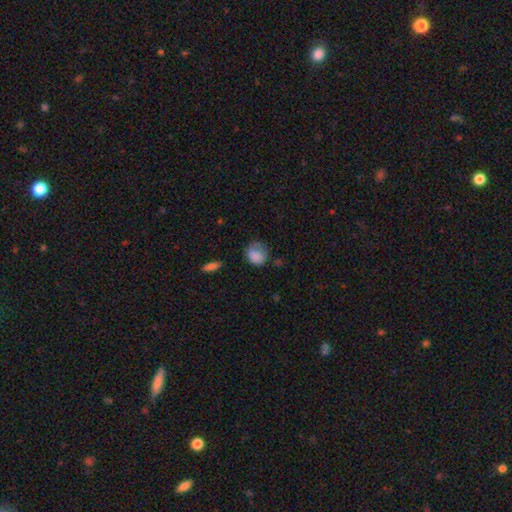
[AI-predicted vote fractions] Morphology: type=smooth (83%); roundness=round (65%); merging=none (50%).